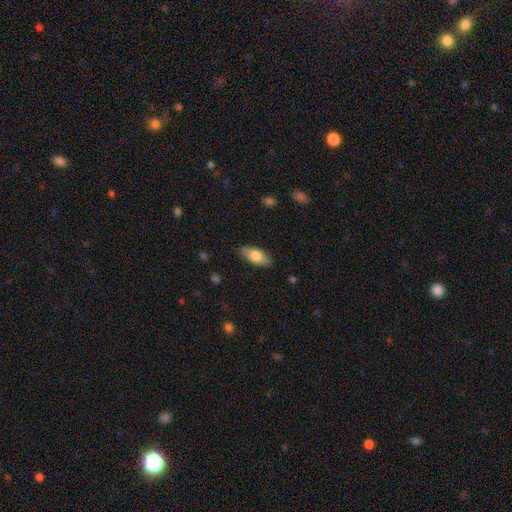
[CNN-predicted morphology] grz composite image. It shows a smooth galaxy with no disk features (76%) that is in between round and cigar-shaped (87%). Merging: none (85%).